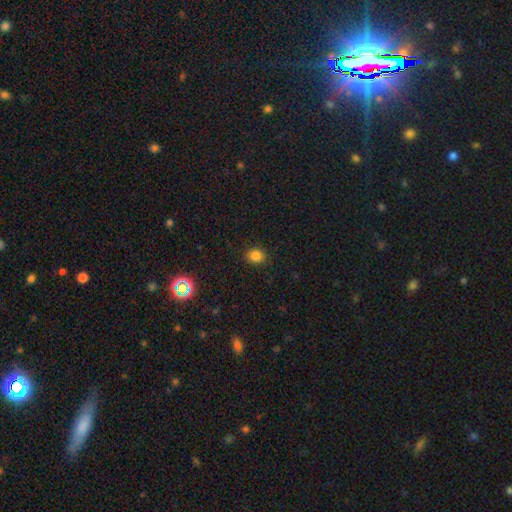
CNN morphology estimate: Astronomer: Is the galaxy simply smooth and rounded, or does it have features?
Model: smooth — 82%.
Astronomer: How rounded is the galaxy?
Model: round — 70%.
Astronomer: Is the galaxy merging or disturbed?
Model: none — 90%.